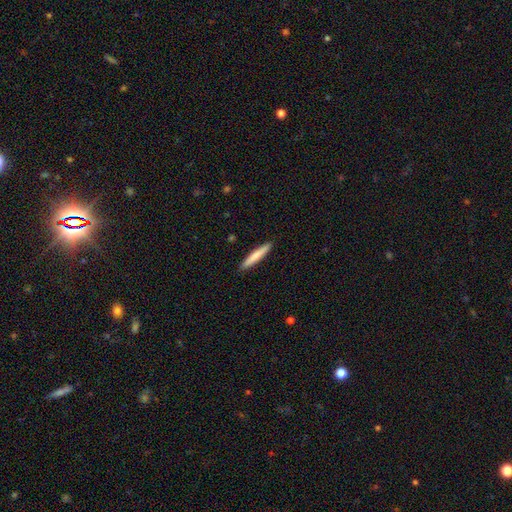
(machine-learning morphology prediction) Q: Smooth or featured?
A: smooth (75%); runner-up: featured or disk (20%)
Q: How rounded?
A: cigar-shaped (94%); runner-up: in between (5%)
Q: Merging?
A: none (92%); runner-up: minor disturbance (6%)